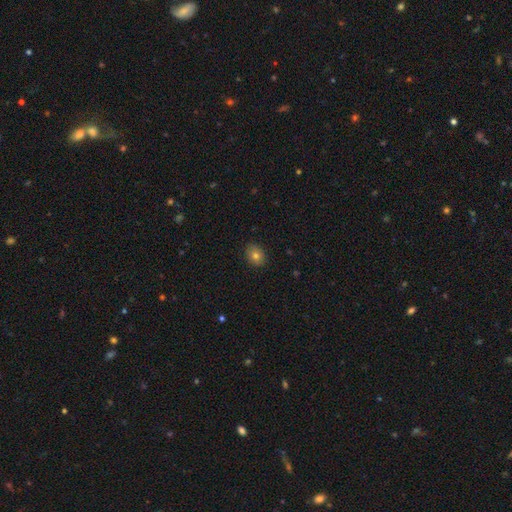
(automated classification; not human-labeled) Smooth or featured? smooth (78%)
How rounded? in between (55%)
Merging? none (87%)